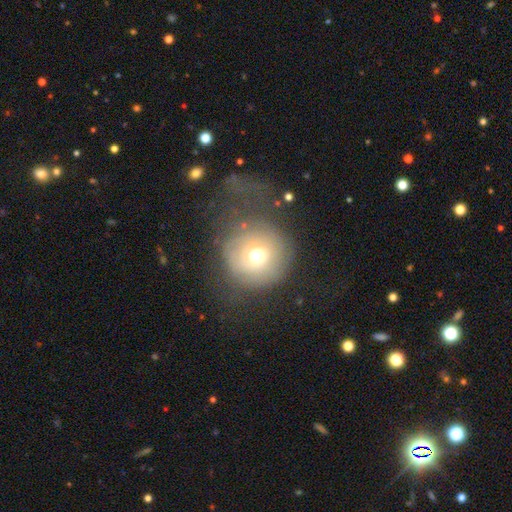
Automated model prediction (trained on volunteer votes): Q: Smooth or featured?
A: smooth (63%); runner-up: featured or disk (25%)
Q: How rounded?
A: round (94%); runner-up: in between (5%)
Q: Merging?
A: none (52%); runner-up: major disturbance (26%)